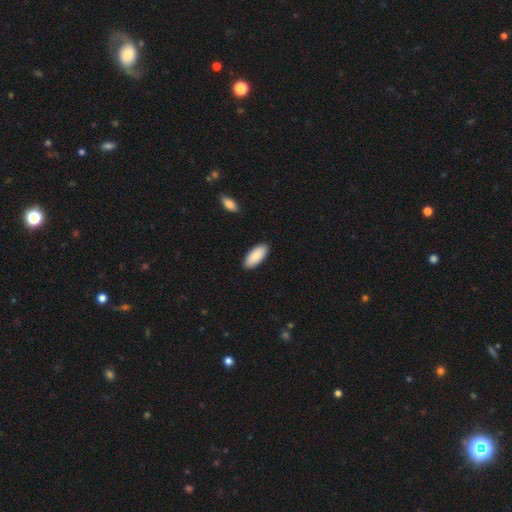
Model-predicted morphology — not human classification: This is clearly a smooth galaxy (90%). How rounded: clearly in between (88%). Merging: clearly none (90%).